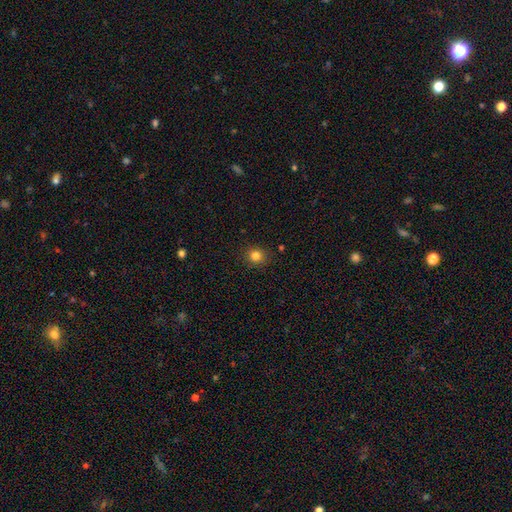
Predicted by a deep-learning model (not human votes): This appears to be a smooth galaxy with no disk features (82%) that is round (87%). Merging: none (89%).